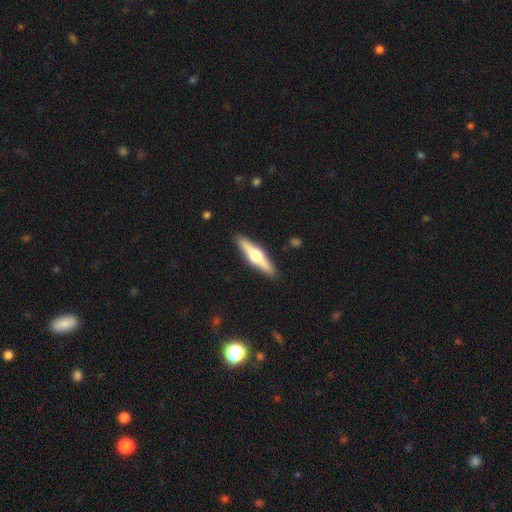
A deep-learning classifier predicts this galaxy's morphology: Smooth or featured?
  - featured or disk: 59% *
  - smooth: 35%
  - star or artifact: 5%
Edge-on disk?
  - yes: 96% *
  - no: 4%
Edge-on bulge?
  - rounded: 95% *
  - boxy: 3%
  - none: 2%
Merging?
  - none: 91% *
  - minor disturbance: 7%
  - major disturbance: 2%
  - merger: 1%